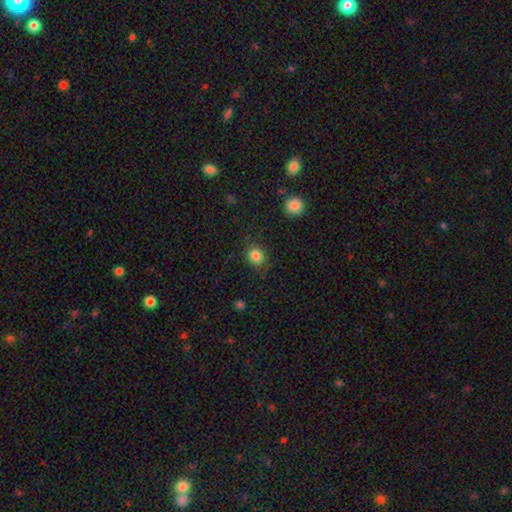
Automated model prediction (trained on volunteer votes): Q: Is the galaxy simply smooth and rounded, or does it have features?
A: smooth — 83%.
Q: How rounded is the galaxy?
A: round — 69%.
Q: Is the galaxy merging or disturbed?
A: none — 81%.